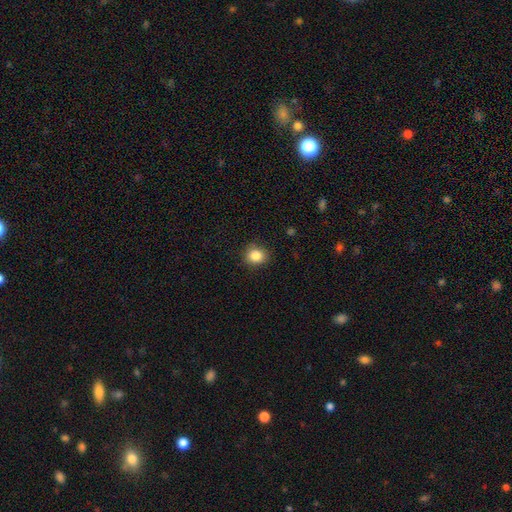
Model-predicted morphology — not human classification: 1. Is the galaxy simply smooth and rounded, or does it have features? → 85% smooth, 10% star or artifact, 5% featured or disk.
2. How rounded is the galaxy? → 76% round, 24% in between, 1% cigar-shaped.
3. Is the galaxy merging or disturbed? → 86% none, 11% minor disturbance, 3% major disturbance, 1% merger.